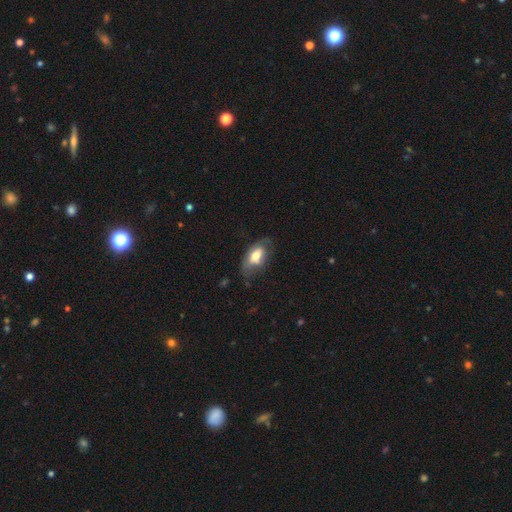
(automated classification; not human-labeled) This is likely a smooth galaxy (61%). How rounded: clearly in between (91%). Merging: possibly none (51%).